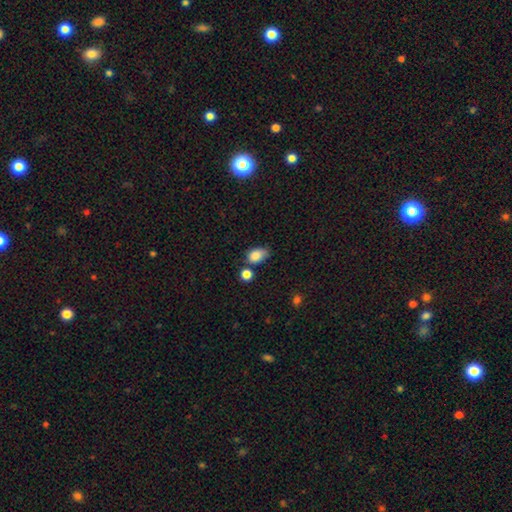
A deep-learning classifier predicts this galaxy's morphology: This is clearly a smooth galaxy (84%). How rounded: likely in between (78%). Merging: possibly none (47%).